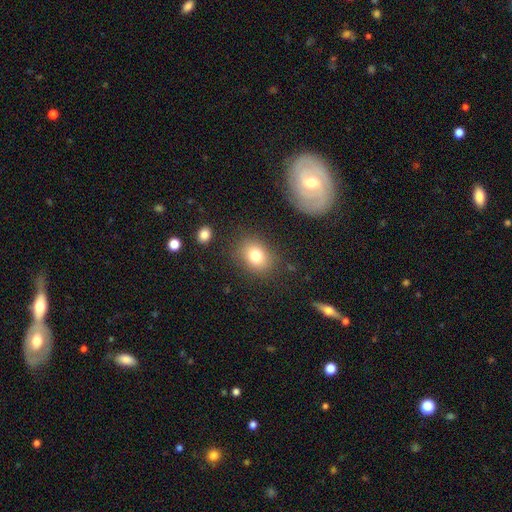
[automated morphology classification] Smooth or featured? smooth (79%)
How rounded? in between (55%)
Merging? none (83%)